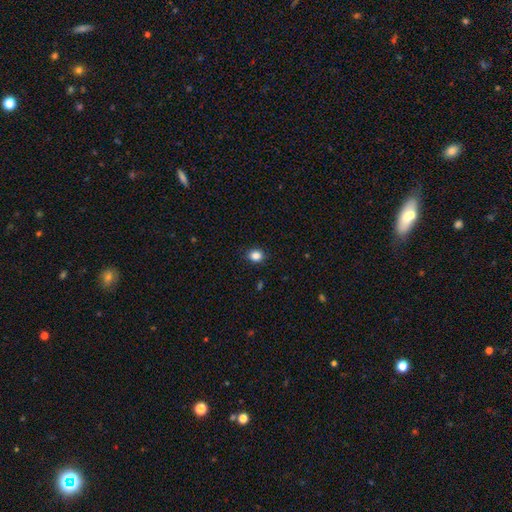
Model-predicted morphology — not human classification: Smooth or featured: smooth — 86% (star or artifact — 11%)
How rounded: round — 64% (in between — 35%)
Merging: none — 89% (minor disturbance — 8%)